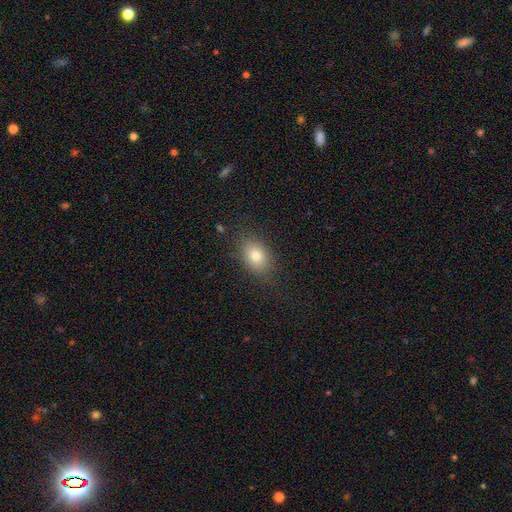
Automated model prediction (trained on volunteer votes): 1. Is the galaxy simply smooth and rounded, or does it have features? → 77% smooth, 12% featured or disk, 11% star or artifact.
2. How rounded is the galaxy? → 74% in between, 25% round, 1% cigar-shaped.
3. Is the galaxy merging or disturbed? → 82% none, 12% minor disturbance, 4% major disturbance, 1% merger.